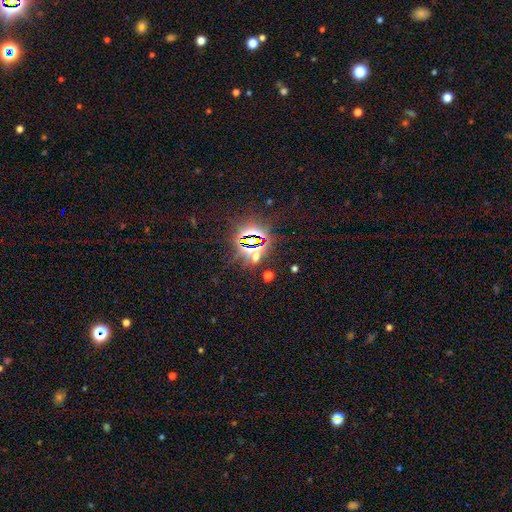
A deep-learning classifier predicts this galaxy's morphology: This is likely a star or artifact rather than a galaxy (78%).